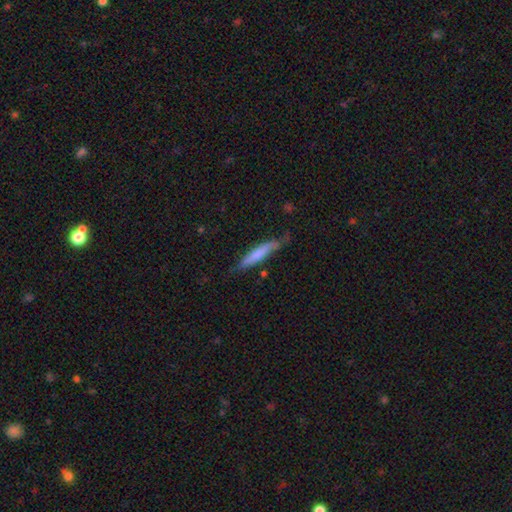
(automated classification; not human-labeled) This appears to be a smooth galaxy with no disk features (54%) that is cigar-shaped (91%). Merging: none (70%).